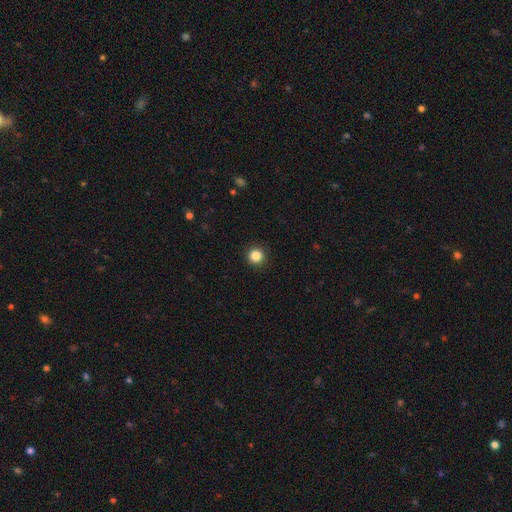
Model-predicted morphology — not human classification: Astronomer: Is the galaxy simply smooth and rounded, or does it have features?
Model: smooth — 85%.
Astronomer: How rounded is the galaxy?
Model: round — 95%.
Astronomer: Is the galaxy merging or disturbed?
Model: none — 93%.